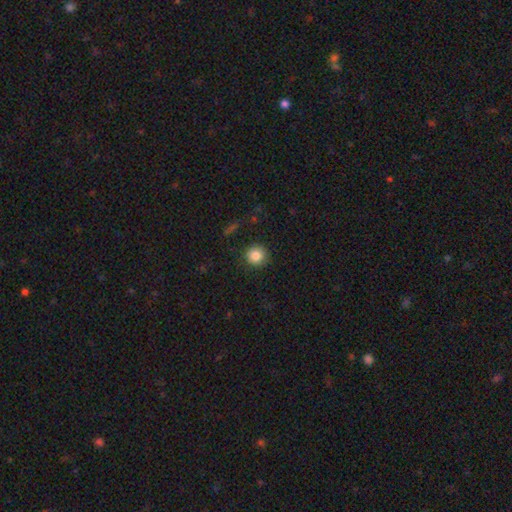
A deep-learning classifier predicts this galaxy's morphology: Q: Smooth or featured?
A: smooth (84%); runner-up: star or artifact (10%)
Q: How rounded?
A: round (94%); runner-up: in between (5%)
Q: Merging?
A: none (89%); runner-up: minor disturbance (7%)